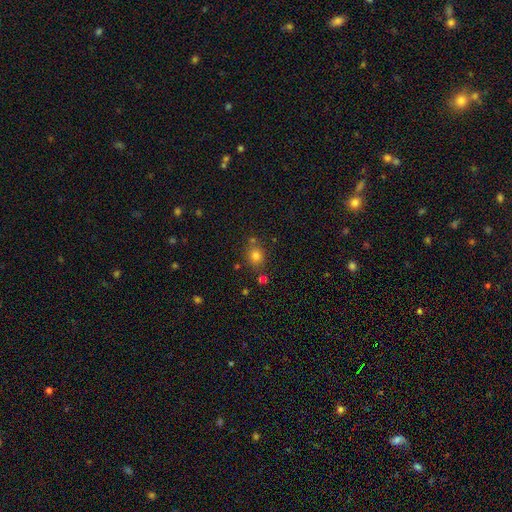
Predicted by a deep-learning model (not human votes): Q: Smooth or featured?
A: smooth (78%); runner-up: star or artifact (15%)
Q: How rounded?
A: round (69%); runner-up: in between (30%)
Q: Merging?
A: none (71%); runner-up: minor disturbance (13%)